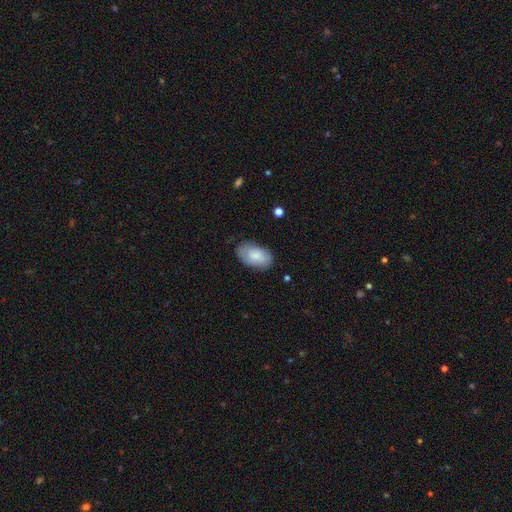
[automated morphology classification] The model was most divided on "merging": none: 77%, minor disturbance: 18%, major disturbance: 4%, merger: 1%. More confident: how rounded — in between (94%); smooth or featured — smooth (79%).